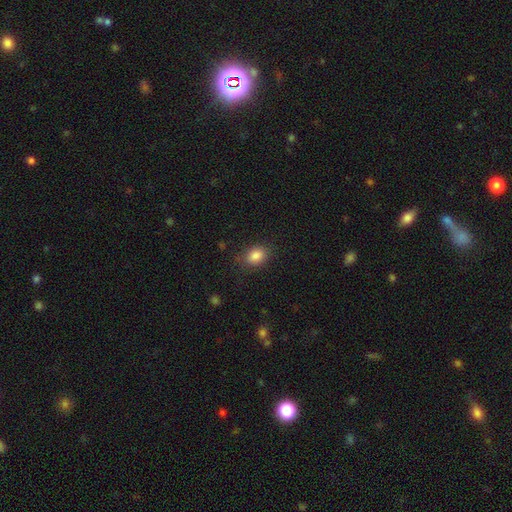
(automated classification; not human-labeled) Smooth or featured? smooth (85%)
How rounded? in between (68%)
Merging? none (81%)